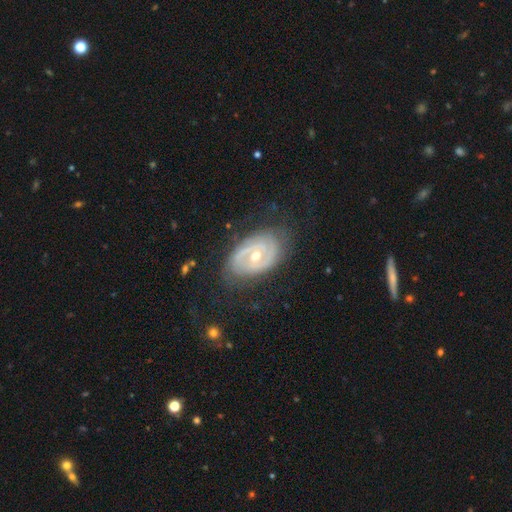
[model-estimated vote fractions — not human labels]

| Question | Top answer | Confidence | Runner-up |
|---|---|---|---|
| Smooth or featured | featured or disk | 83% | smooth (12%) |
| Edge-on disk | no | 95% | yes (5%) |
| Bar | no | 56% | weak (33%) |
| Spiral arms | yes | 84% | no (16%) |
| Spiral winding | tight | 63% | medium (27%) |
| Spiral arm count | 2 | 59% | can't tell (23%) |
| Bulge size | moderate | 68% | small (28%) |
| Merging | none | 74% | minor disturbance (17%) |